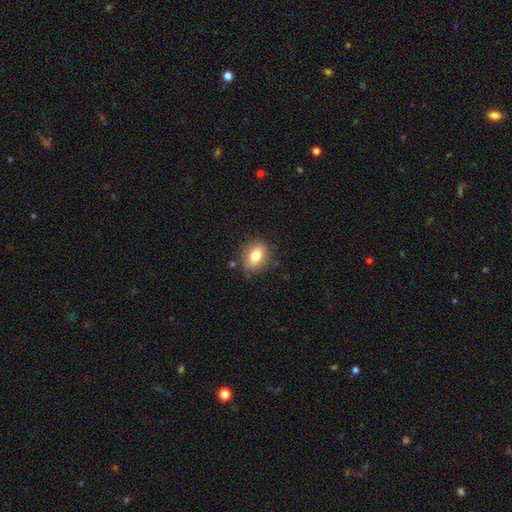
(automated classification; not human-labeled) A smooth galaxy with no disk features (80%) that is in between round and cigar-shaped (61%). Merging: none (82%).